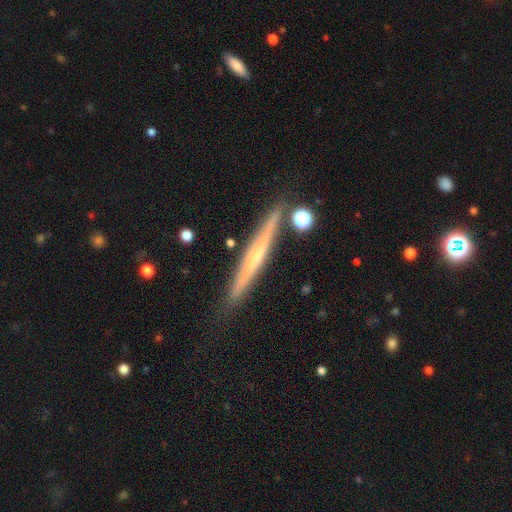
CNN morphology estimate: smooth-or-featured: featured or disk: 65% | smooth: 27% | star or artifact: 7%
  disk-edge-on: yes: 97% | no: 3%
    edge-on-bulge: none: 53% | rounded: 42% | boxy: 5%
  merging: none: 86% | minor disturbance: 9% | merger: 3% | major disturbance: 2%